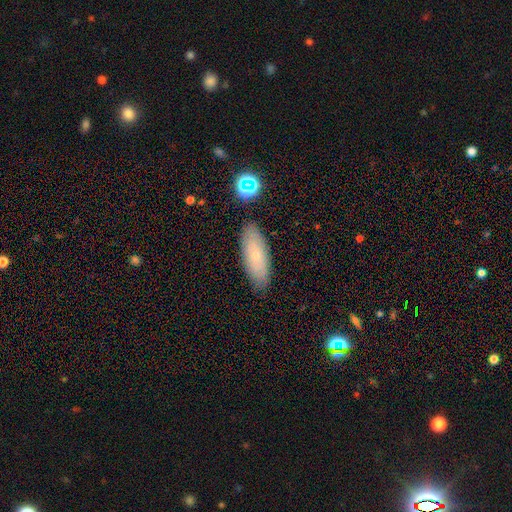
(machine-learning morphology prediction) Smooth or featured? smooth (64%)
How rounded? in between (70%)
Merging? none (85%)